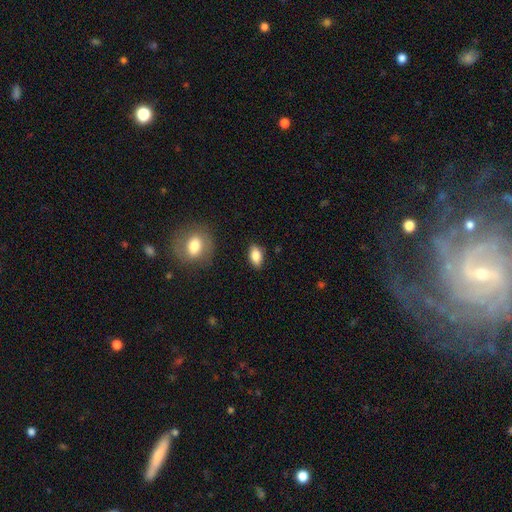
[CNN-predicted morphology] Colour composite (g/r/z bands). It shows a smooth galaxy with no disk features (83%) that is in between round and cigar-shaped (89%). Merging: none (85%).